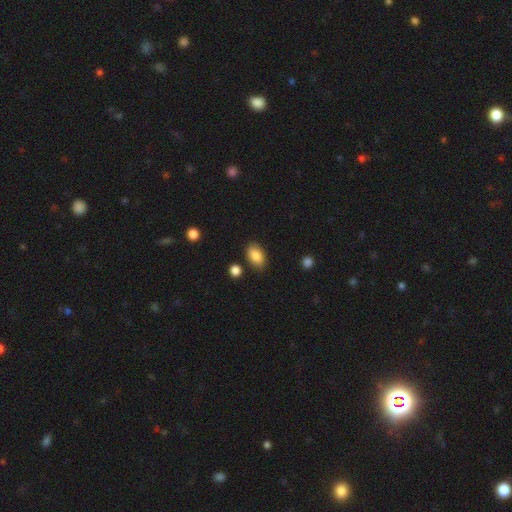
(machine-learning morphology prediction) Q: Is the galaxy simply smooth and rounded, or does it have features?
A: smooth — 86%.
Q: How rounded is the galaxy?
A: in between — 90%.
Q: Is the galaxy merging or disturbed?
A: none — 83%.